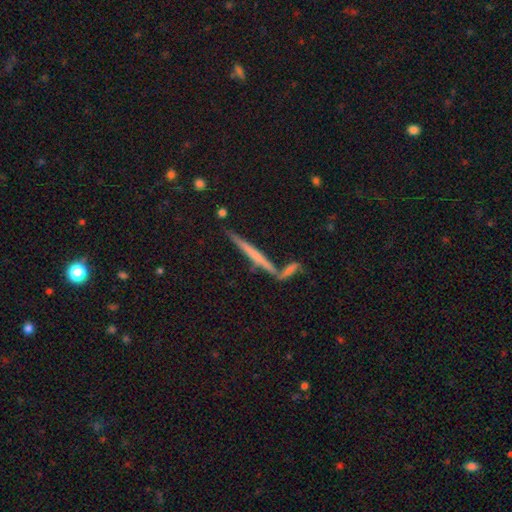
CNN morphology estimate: This is possibly a featured or disk galaxy (56%). It is clearly viewed edge-on (95%). Edge-on bulge: likely none (70%). Merging: likely none (67%).